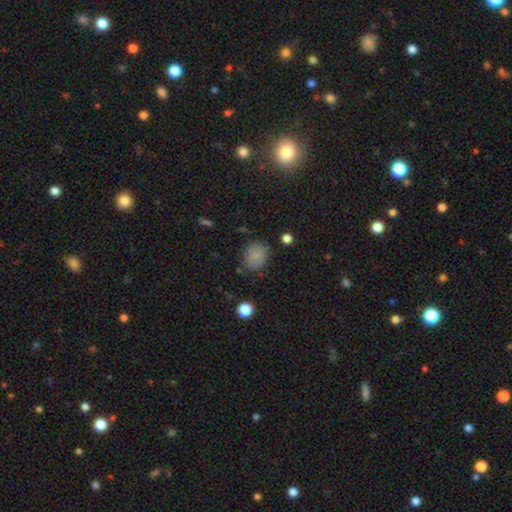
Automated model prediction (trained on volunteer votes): A smooth galaxy with no disk features (83%) that is round (54%).

Vote fractions:
- Smooth or featured? smooth: 83% / star or artifact: 11% / featured or disk: 6%
- How rounded? round: 54% / in between: 45% / cigar-shaped: 1%
- Merging? none: 76% / minor disturbance: 17% / major disturbance: 5% / merger: 2%